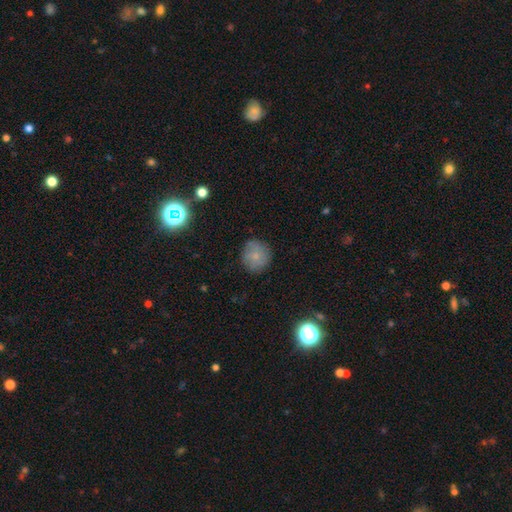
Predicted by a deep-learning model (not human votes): A smooth galaxy with no disk features (74%) that is round (91%).

Vote fractions:
- Smooth or featured? smooth: 74% / featured or disk: 16% / star or artifact: 9%
- How rounded? round: 91% / in between: 8% / cigar-shaped: 1%
- Merging? none: 82% / minor disturbance: 14% / major disturbance: 3% / merger: 1%